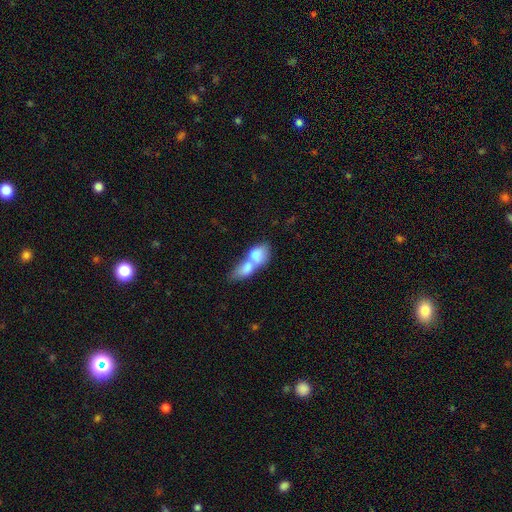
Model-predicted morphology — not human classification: smooth_or_featured: smooth (p=0.71) [alt: featured or disk p=0.22]
how_rounded: in between (p=0.78) [alt: round p=0.16]
merging: merger (p=0.81) [alt: none p=0.09]